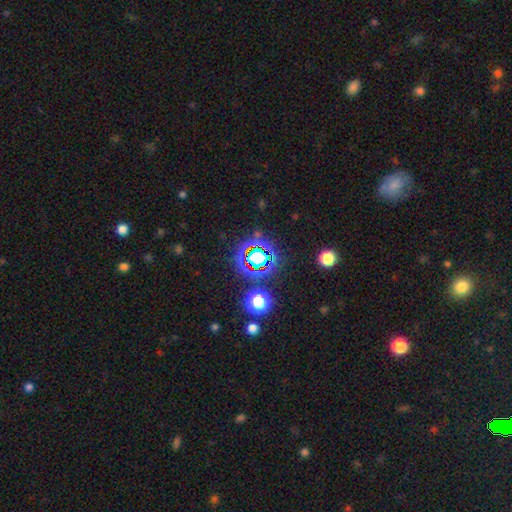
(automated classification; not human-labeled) A star or artifact, not a galaxy (69%).